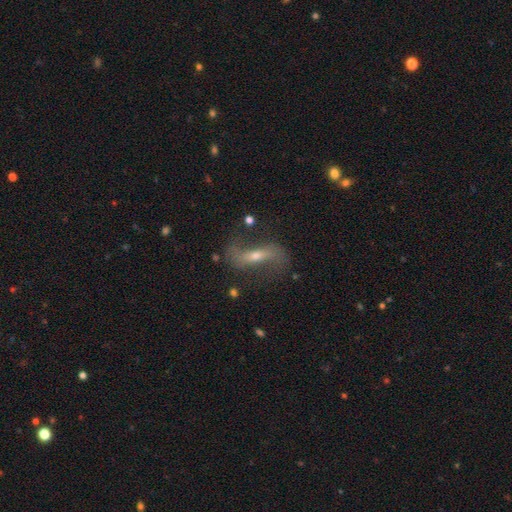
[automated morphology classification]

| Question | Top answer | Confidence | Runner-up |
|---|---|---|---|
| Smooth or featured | featured or disk | 80% | smooth (13%) |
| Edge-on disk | no | 82% | yes (18%) |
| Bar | strong | 47% | weak (31%) |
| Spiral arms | yes | 90% | no (10%) |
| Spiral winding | loose | 79% | medium (16%) |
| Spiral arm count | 2 | 91% | can't tell (4%) |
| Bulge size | small | 50% | moderate (43%) |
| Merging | none | 70% | minor disturbance (17%) |